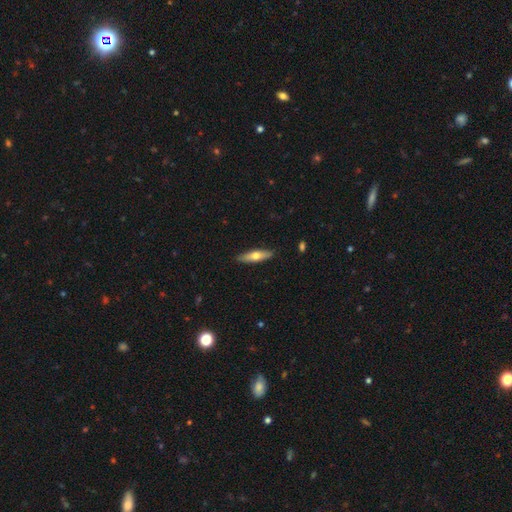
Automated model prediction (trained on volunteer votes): smooth 59%, featured or disk 35%, star or artifact 6%. Down the decision tree: how rounded — cigar-shaped (68%); merging — none (89%).